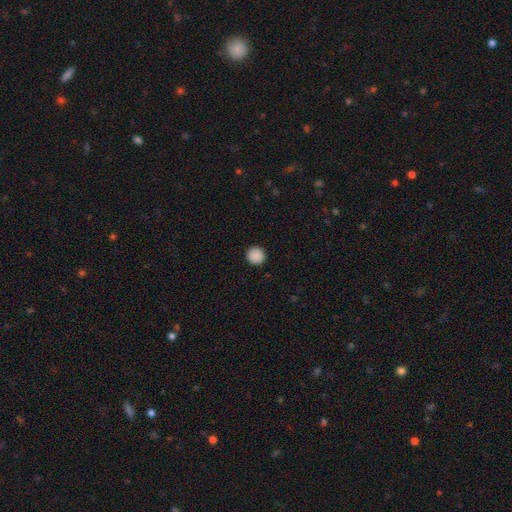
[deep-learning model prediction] The model was most divided on "smooth or featured": smooth: 89%, star or artifact: 9%, featured or disk: 2%. More confident: how rounded — round (93%); merging — none (92%).